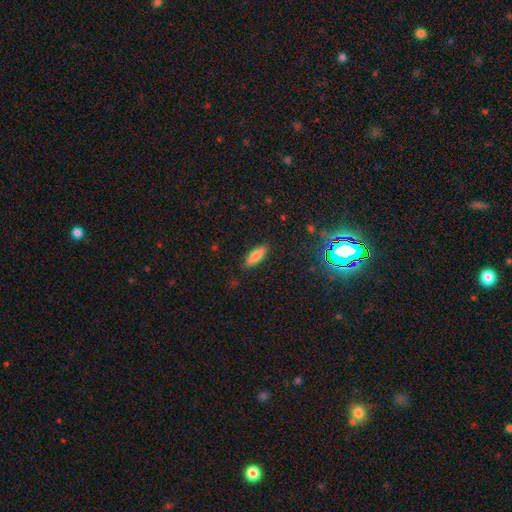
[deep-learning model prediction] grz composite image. It shows a smooth galaxy with no disk features (80%) that is in between round and cigar-shaped (64%). Merging: none (86%).